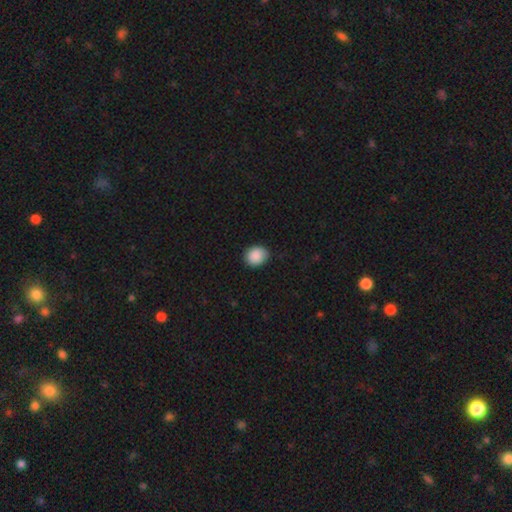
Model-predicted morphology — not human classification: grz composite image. It shows a smooth galaxy with no disk features (89%) that is round (62%). Merging: none (81%).